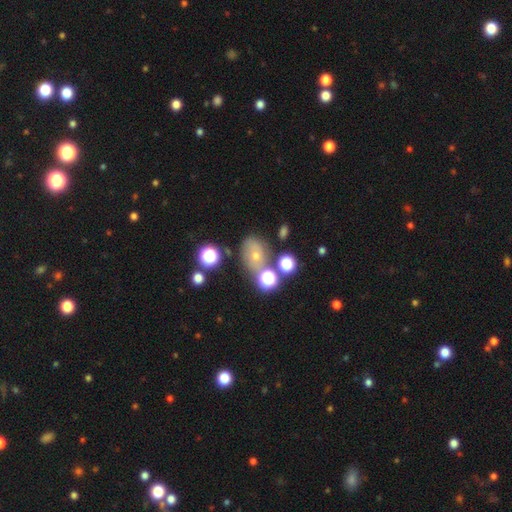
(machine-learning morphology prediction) smooth_or_featured: smooth (p=0.51) [alt: featured or disk p=0.26]
how_rounded: in between (p=0.55) [alt: round p=0.43]
merging: none (p=0.56) [alt: minor disturbance p=0.18]